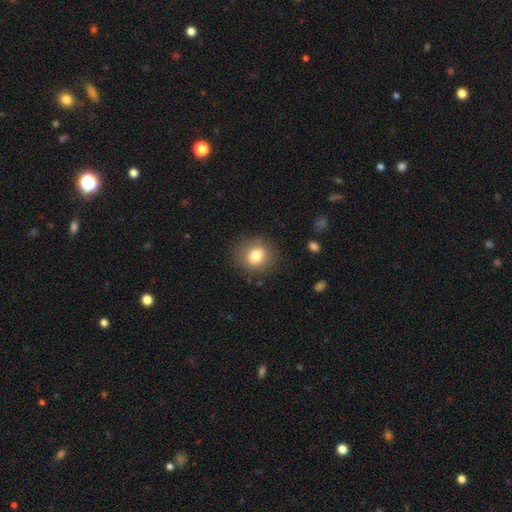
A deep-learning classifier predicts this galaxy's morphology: The model was most divided on "how rounded": round: 80%, in between: 19%, cigar-shaped: 1%. More confident: merging — none (85%); smooth or featured — smooth (80%).